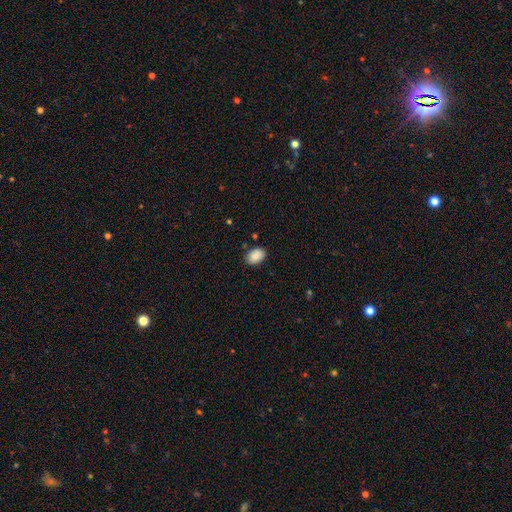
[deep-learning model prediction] Smooth or featured? Predicted: smooth (p=0.88). How rounded? Predicted: in between (p=0.82). Merging? Predicted: none (p=0.85).